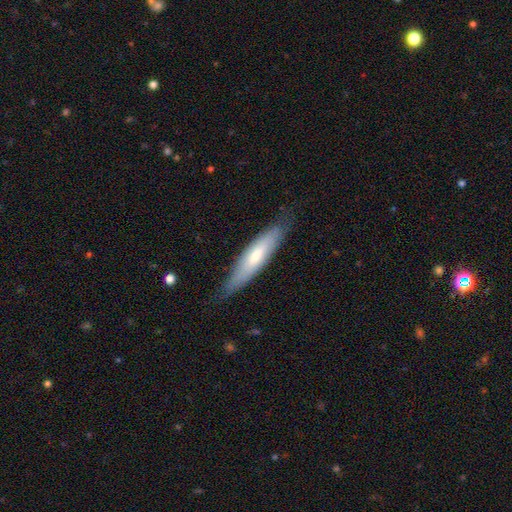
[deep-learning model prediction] Morphology: type=smooth (58%); roundness=cigar-shaped (72%); merging=none (74%).